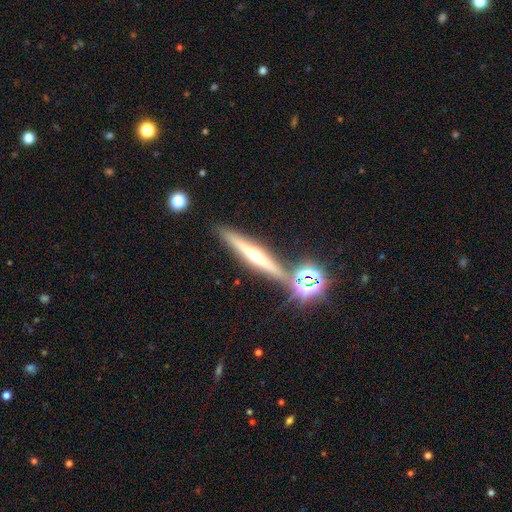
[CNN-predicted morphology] A featured or disk galaxy (64%) viewed edge-on (95%) with a rounded central bulge (83%).

Vote fractions:
- Smooth or featured? featured or disk: 64% / smooth: 22% / star or artifact: 15%
- Edge-on disk? yes: 95% / no: 5%
- Edge-on bulge? rounded: 83% / none: 11% / boxy: 6%
- Merging? none: 83% / minor disturbance: 8% / merger: 7% / major disturbance: 2%